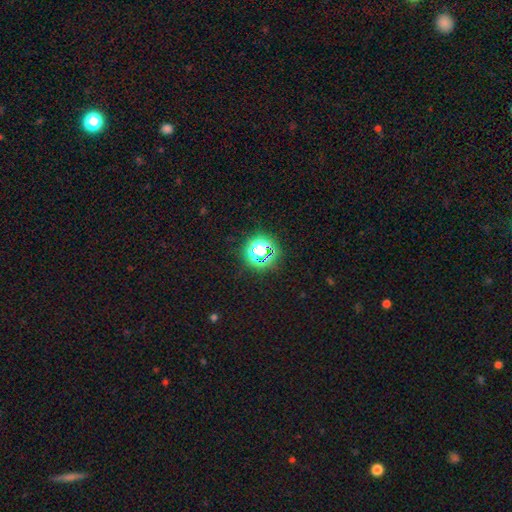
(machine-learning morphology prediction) This is likely a star or artifact rather than a galaxy (64%).